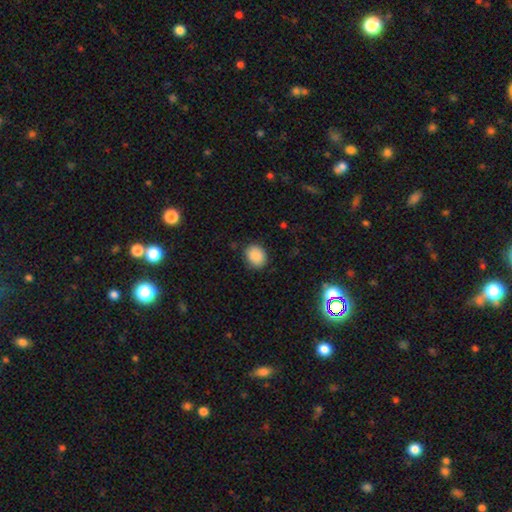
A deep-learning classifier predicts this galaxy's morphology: This appears to be a smooth galaxy with no disk features (88%) that is round (62%). Merging: none (86%).